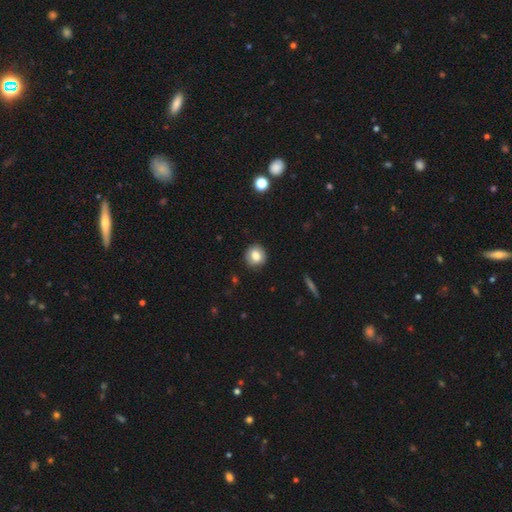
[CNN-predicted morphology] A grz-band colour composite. It shows a smooth galaxy with no disk features (78%) that is round (87%). Merging: none (88%).